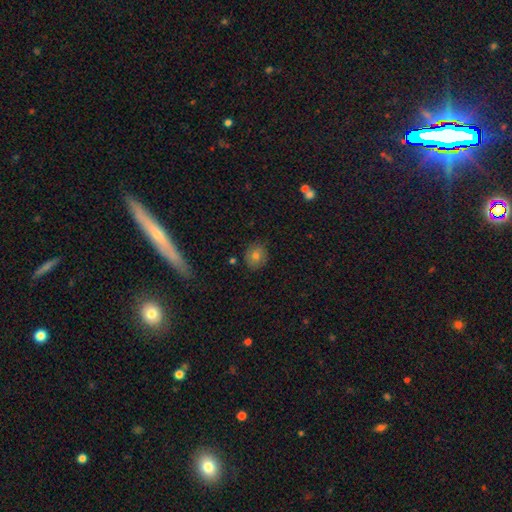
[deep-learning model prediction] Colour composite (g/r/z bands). It shows a smooth galaxy with no disk features (74%) that is round (83%). Merging: none (85%).